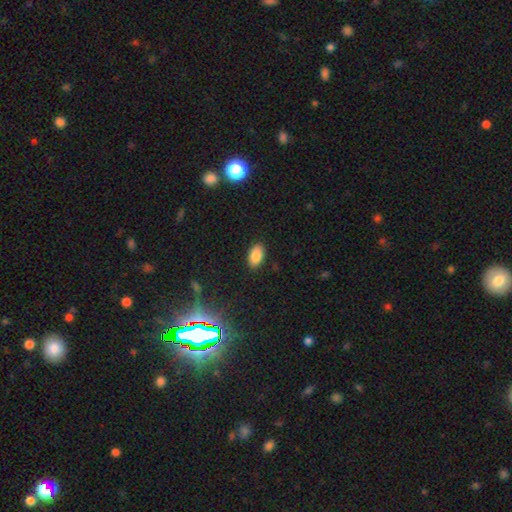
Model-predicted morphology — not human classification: smooth-or-featured: smooth: 84% | star or artifact: 10% | featured or disk: 6%
  how-rounded: in between: 93% | round: 5% | cigar-shaped: 2%
  merging: none: 88% | minor disturbance: 9% | major disturbance: 2% | merger: 1%